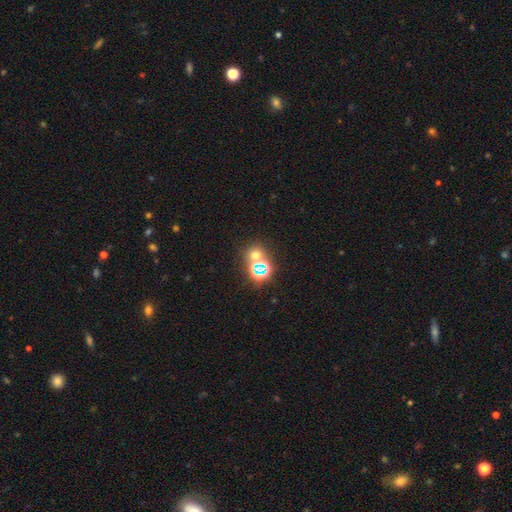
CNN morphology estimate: This is possibly a smooth galaxy (47%). Merging: likely none (64%).